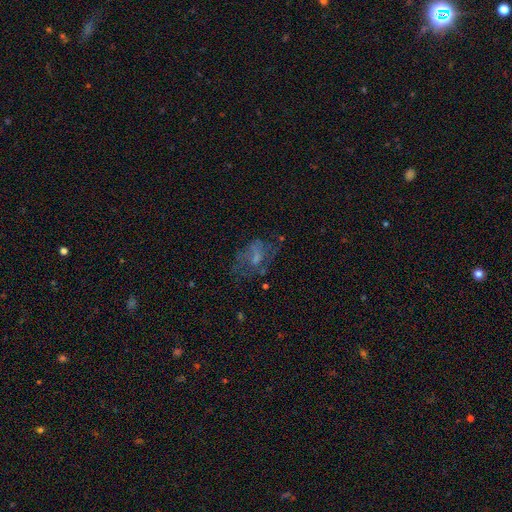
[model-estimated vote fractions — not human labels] The model was most divided on "merging": none: 43%, major disturbance: 32%, minor disturbance: 21%, merger: 4%. Remaining: smooth or featured — featured or disk (50%).